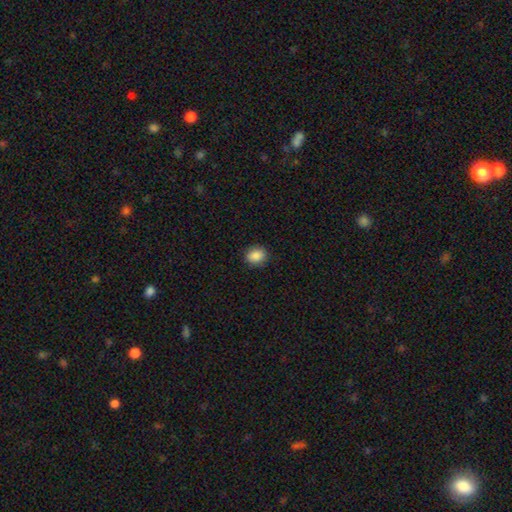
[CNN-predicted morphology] smooth 88%, star or artifact 8%, featured or disk 3%. Down the decision tree: how rounded — round (53%); merging — none (89%).